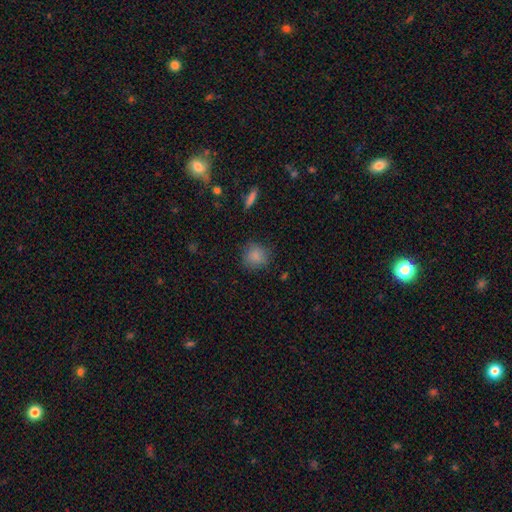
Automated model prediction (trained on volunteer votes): smooth-or-featured: smooth: 84% | star or artifact: 9% | featured or disk: 6%
  how-rounded: round: 85% | in between: 14% | cigar-shaped: 1%
  merging: none: 79% | minor disturbance: 15% | major disturbance: 4% | merger: 1%